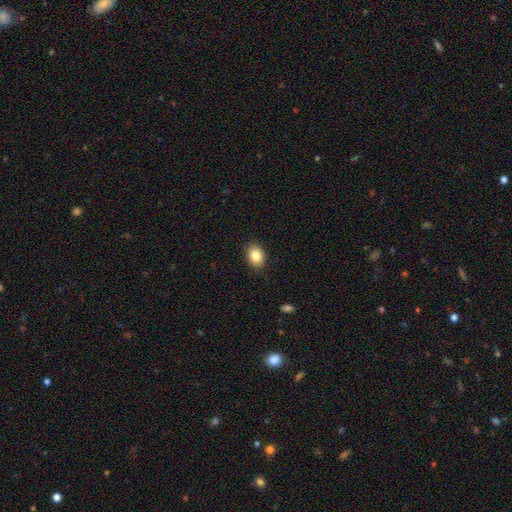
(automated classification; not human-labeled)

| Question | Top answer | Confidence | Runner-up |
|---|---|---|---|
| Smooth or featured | smooth | 83% | star or artifact (9%) |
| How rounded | in between | 64% | round (35%) |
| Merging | none | 87% | minor disturbance (10%) |